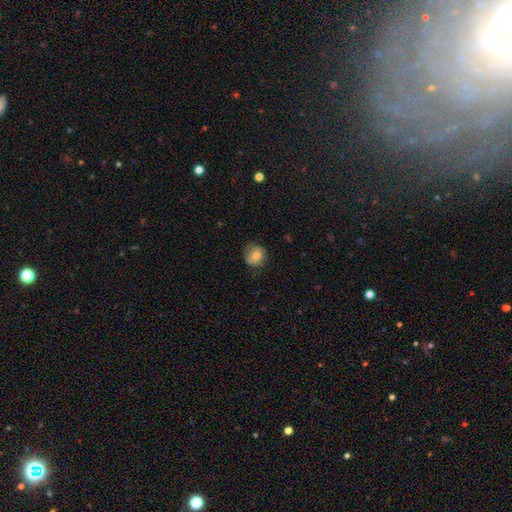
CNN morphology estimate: A smooth galaxy with no disk features (68%) that is round (83%).

Vote fractions:
- Smooth or featured? smooth: 68% / featured or disk: 24% / star or artifact: 8%
- How rounded? round: 83% / in between: 16% / cigar-shaped: 1%
- Merging? none: 75% / minor disturbance: 18% / major disturbance: 5% / merger: 1%